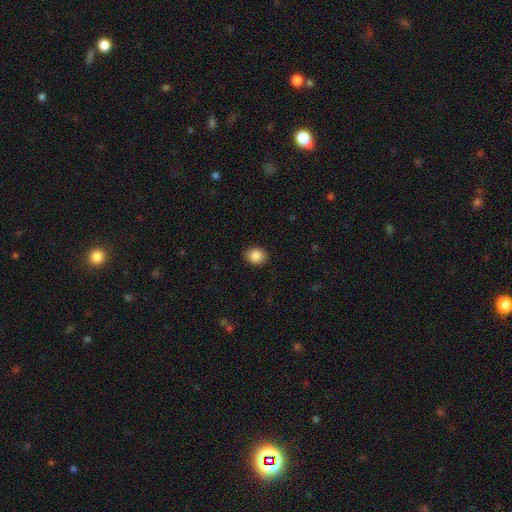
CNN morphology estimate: Overall: smooth (88%). How rounded: round (65%; in between 34%). Merging: none (90%).